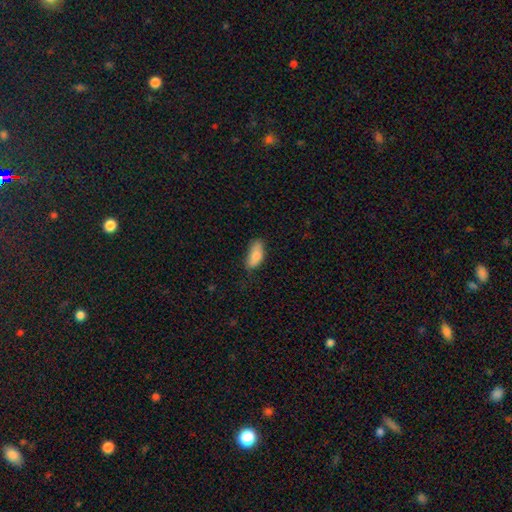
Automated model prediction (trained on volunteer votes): Smooth or featured: smooth — 83% (featured or disk — 10%)
How rounded: in between — 86% (cigar-shaped — 12%)
Merging: none — 61% (minor disturbance — 30%)